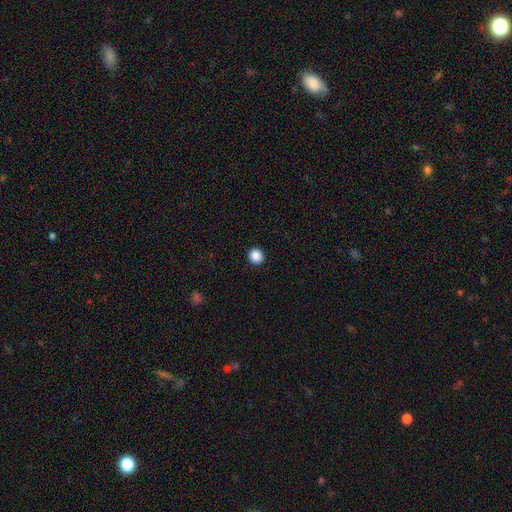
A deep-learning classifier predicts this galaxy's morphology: A smooth galaxy with no disk features (88%) that is round (94%).

Vote fractions:
- Smooth or featured? smooth: 88% / star or artifact: 10% / featured or disk: 2%
- How rounded? round: 94% / in between: 5% / cigar-shaped: 1%
- Merging? none: 94% / minor disturbance: 4% / major disturbance: 1% / merger: 1%